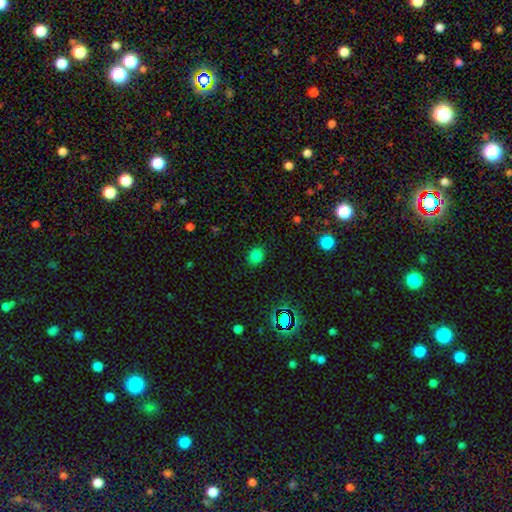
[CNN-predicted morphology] This is likely a smooth galaxy (79%). How rounded: likely round (75%). Merging: clearly none (87%).